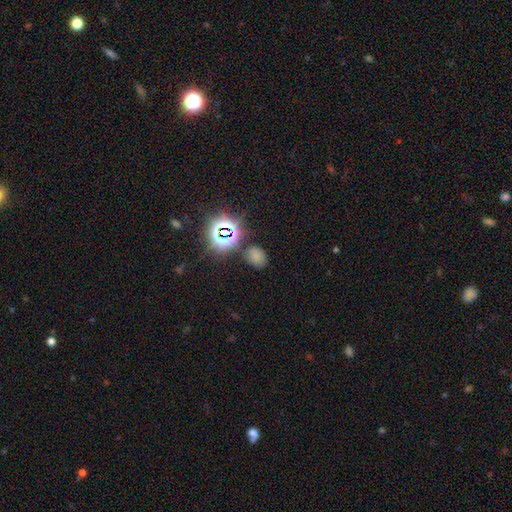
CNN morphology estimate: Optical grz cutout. It shows a smooth galaxy with no disk features (62%) that is in between round and cigar-shaped (61%). Merging: none (76%).